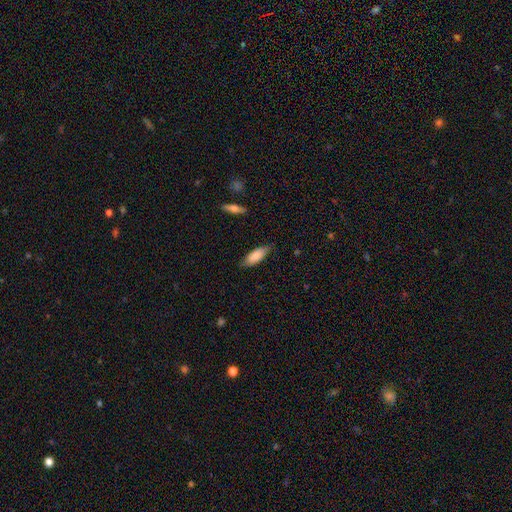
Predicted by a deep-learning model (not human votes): Overall: smooth (85%). How rounded: in between (71%). Merging: none (79%).